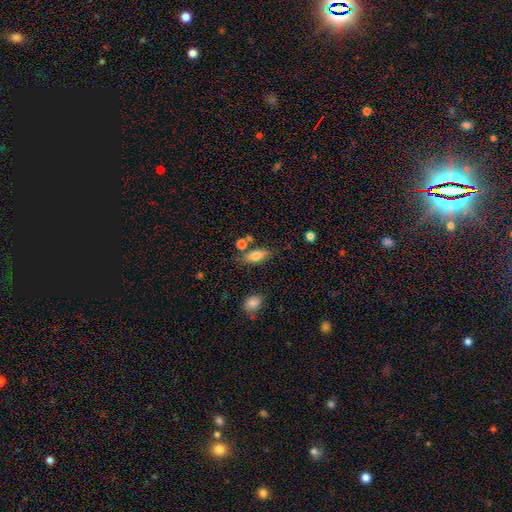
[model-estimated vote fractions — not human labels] Smooth or featured? Predicted: smooth (p=0.76). How rounded? Predicted: in between (p=0.73). Merging? Predicted: none (p=0.71).